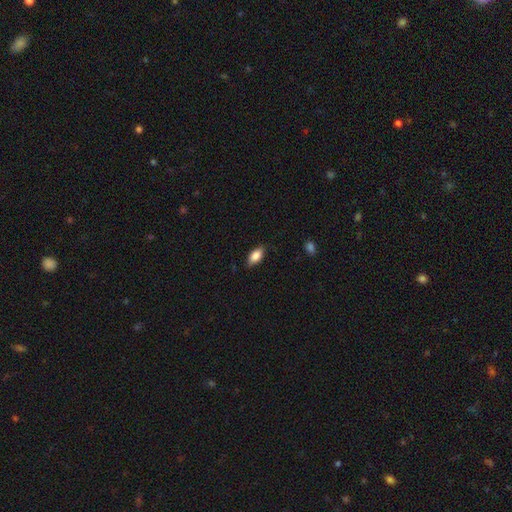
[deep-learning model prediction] The model was most divided on "merging": none: 83%, minor disturbance: 14%, major disturbance: 2%, merger: 1%. More confident: how rounded — in between (89%); smooth or featured — smooth (85%).